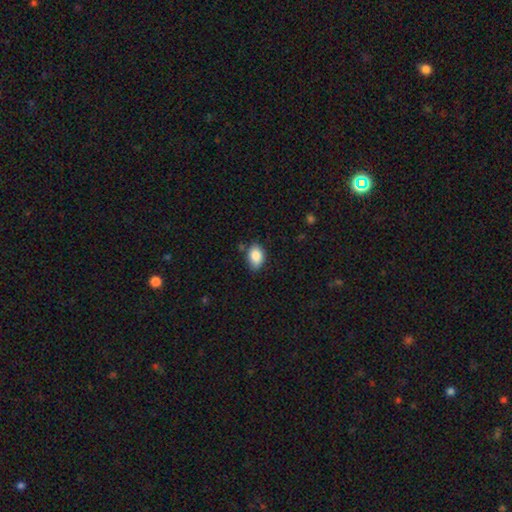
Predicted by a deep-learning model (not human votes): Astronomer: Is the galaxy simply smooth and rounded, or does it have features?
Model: smooth — 86%.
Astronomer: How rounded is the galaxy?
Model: in between — 83%.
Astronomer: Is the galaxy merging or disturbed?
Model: none — 71%.